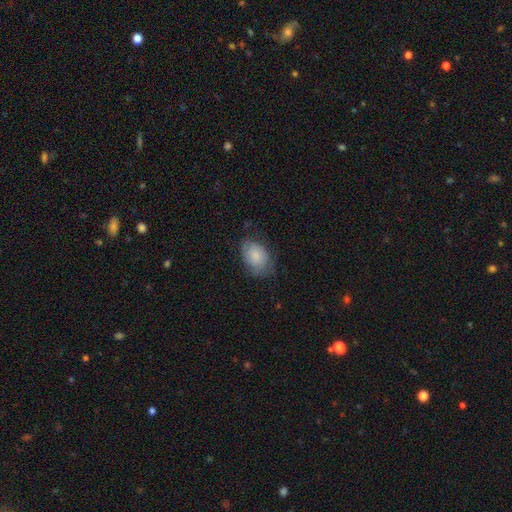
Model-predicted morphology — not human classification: Smooth or featured? smooth (79%)
How rounded? in between (84%)
Merging? none (59%)